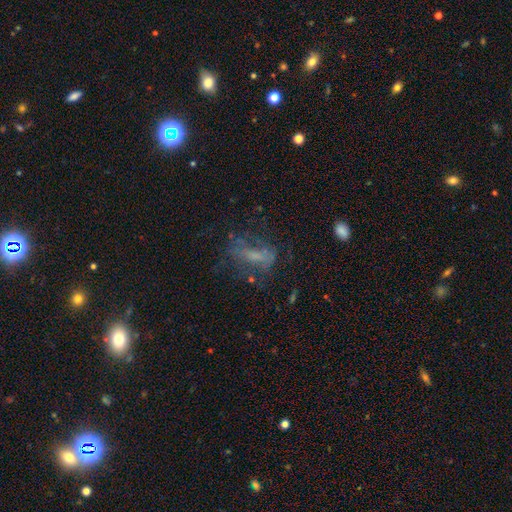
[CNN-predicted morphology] Smooth or featured: featured or disk — 44% (smooth — 36%)
Merging: none — 46% (major disturbance — 30%)